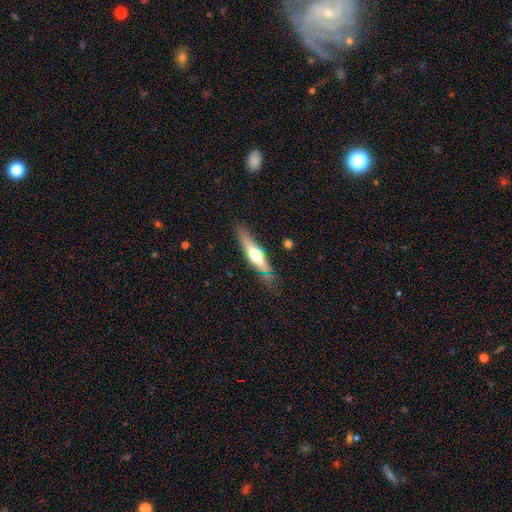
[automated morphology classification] Overall: featured or disk (53%; smooth 41%). Edge-on disk: yes (91%). Merging: none (78%).